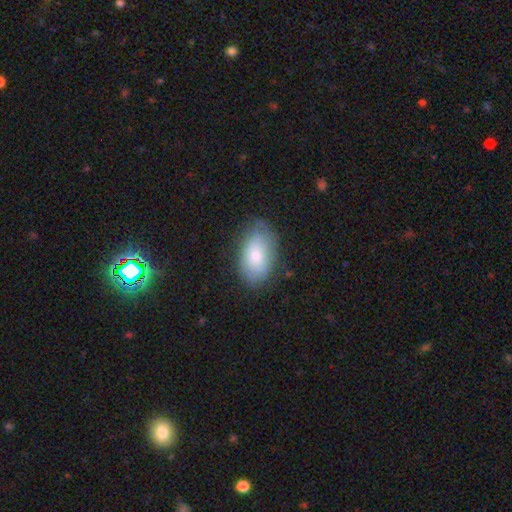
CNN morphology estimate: This is likely a smooth galaxy (71%). How rounded: clearly in between (92%). Merging: likely none (72%).